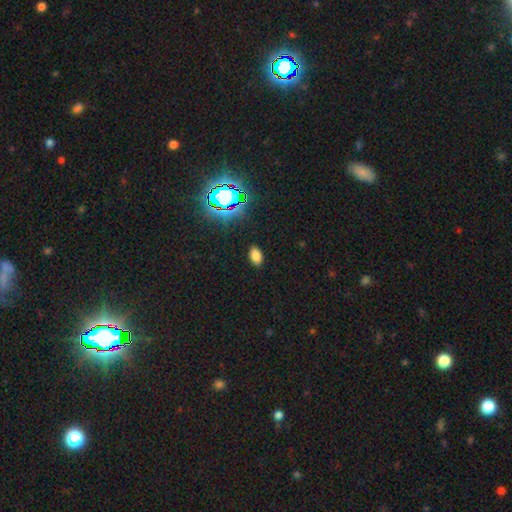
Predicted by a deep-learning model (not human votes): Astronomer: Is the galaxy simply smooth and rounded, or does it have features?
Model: smooth — 75%.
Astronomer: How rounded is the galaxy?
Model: in between — 89%.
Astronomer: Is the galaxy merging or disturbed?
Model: none — 88%.